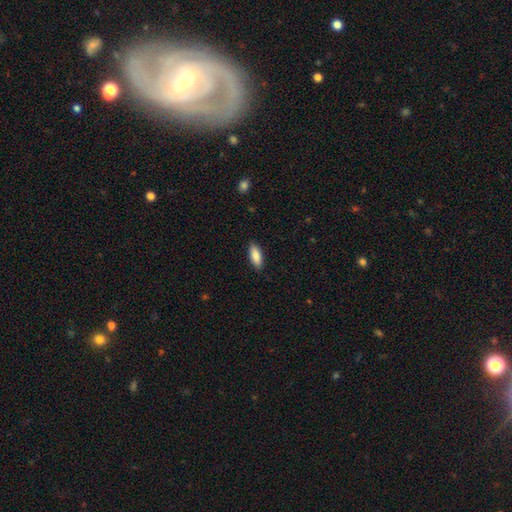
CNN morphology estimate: Q: Smooth or featured?
A: smooth (87%); runner-up: featured or disk (8%)
Q: How rounded?
A: in between (73%); runner-up: cigar-shaped (26%)
Q: Merging?
A: none (88%); runner-up: minor disturbance (9%)